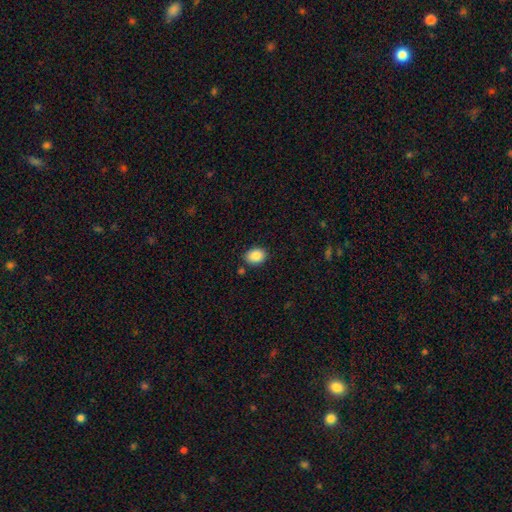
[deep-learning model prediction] This is clearly a smooth galaxy (88%). How rounded: likely in between (69%). Merging: clearly none (83%).